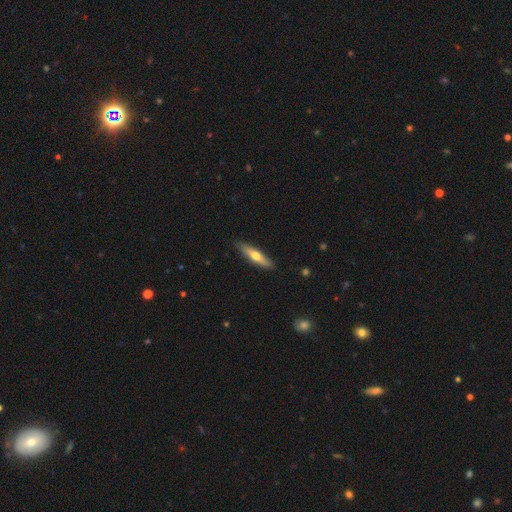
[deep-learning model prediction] Q: Smooth or featured?
A: smooth (49%); runner-up: featured or disk (46%)
Q: Merging?
A: none (87%); runner-up: minor disturbance (11%)